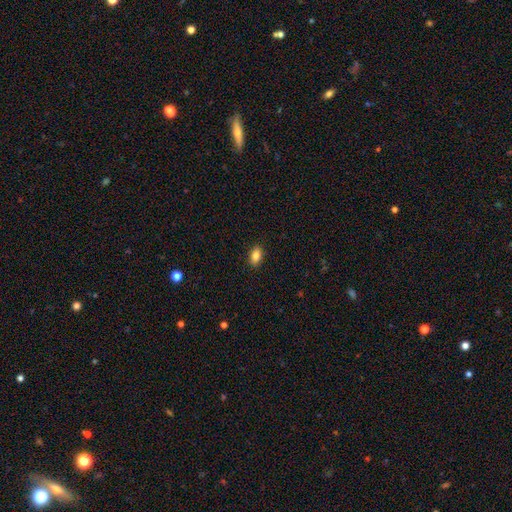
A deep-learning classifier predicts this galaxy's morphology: A smooth galaxy with no disk features (84%) that is in between round and cigar-shaped (87%). Merging: none (89%).